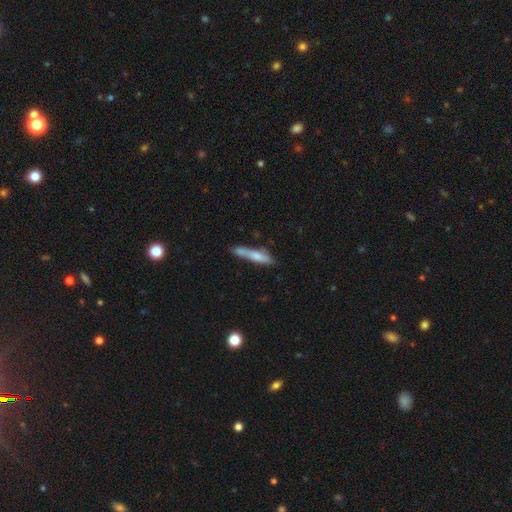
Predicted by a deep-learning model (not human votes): Q: Smooth or featured?
A: smooth (66%); runner-up: featured or disk (27%)
Q: How rounded?
A: cigar-shaped (86%); runner-up: in between (12%)
Q: Merging?
A: none (56%); runner-up: minor disturbance (23%)